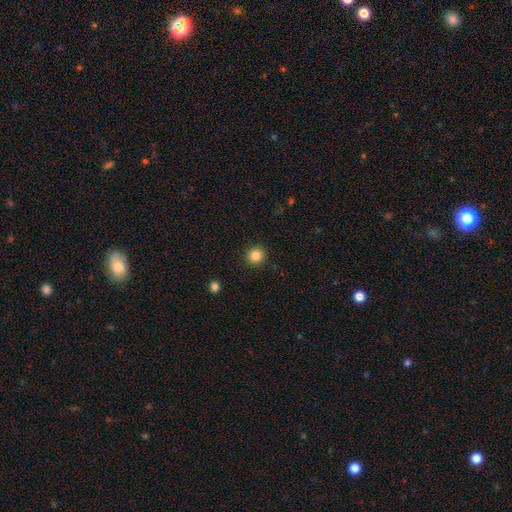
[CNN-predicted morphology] smooth 85%, star or artifact 11%, featured or disk 4%. Down the decision tree: how rounded — round (93%); merging — none (92%).